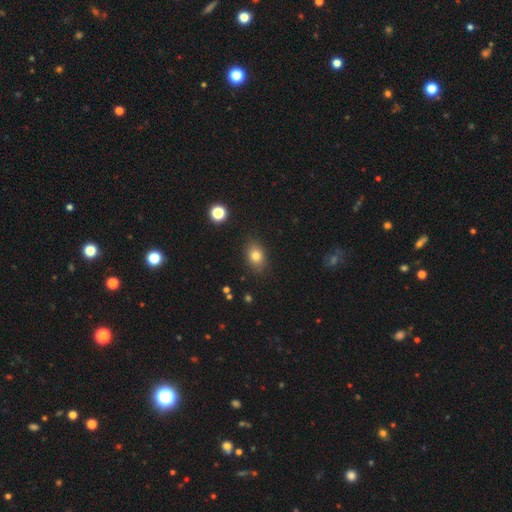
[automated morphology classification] This is likely a smooth galaxy (79%). How rounded: likely in between (73%). Merging: clearly none (84%).